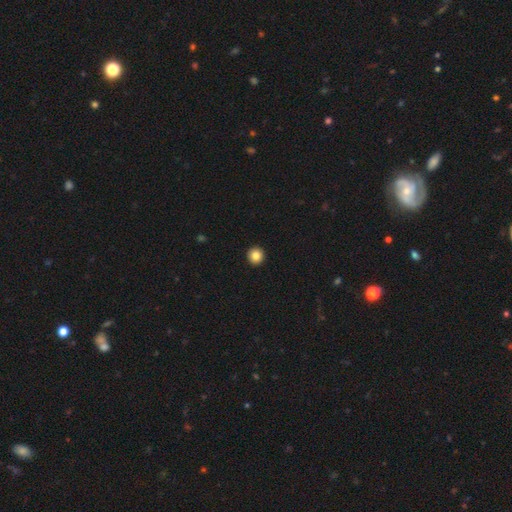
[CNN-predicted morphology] smooth 85%, star or artifact 10%, featured or disk 6%. Down the decision tree: how rounded — round (95%); merging — none (94%).